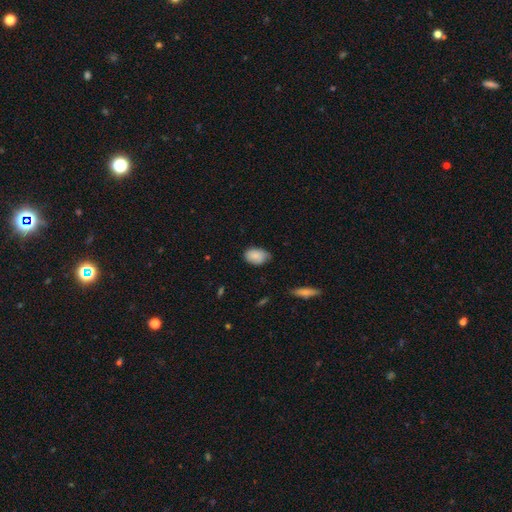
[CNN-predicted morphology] This is clearly a smooth galaxy (82%). How rounded: clearly in between (86%). Merging: likely none (64%).